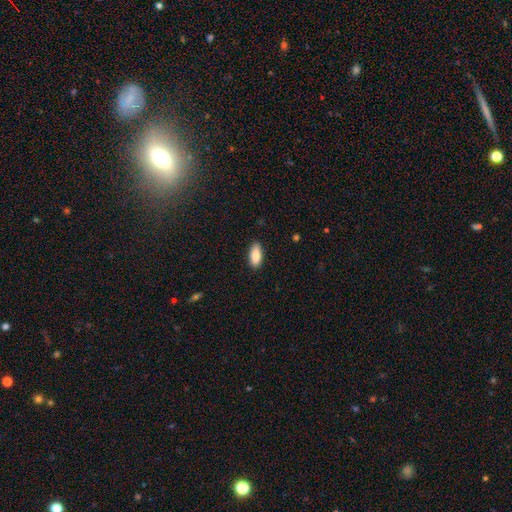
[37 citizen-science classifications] A smooth galaxy with no disk features (86%) that is in between round and cigar-shaped (75%). Merging: none (82%).